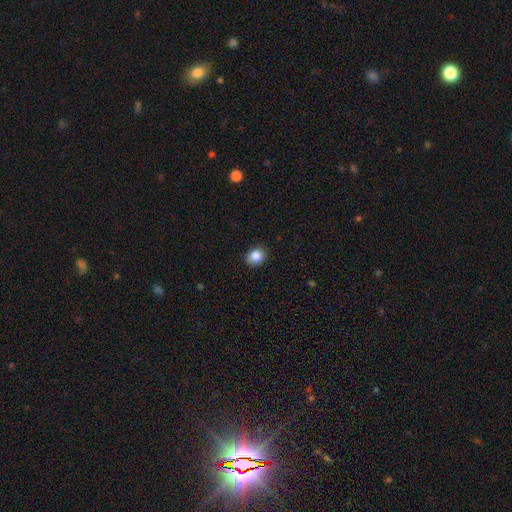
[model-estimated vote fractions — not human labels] smooth_or_featured: smooth (p=0.86) [alt: star or artifact p=0.09]
how_rounded: round (p=0.59) [alt: in between p=0.40]
merging: none (p=0.88) [alt: minor disturbance p=0.09]